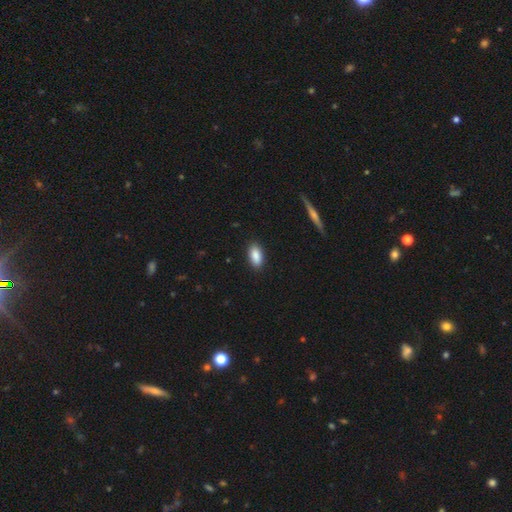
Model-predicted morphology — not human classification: Smooth or featured? Predicted: smooth (p=0.88). How rounded? Predicted: in between (p=0.90). Merging? Predicted: none (p=0.89).